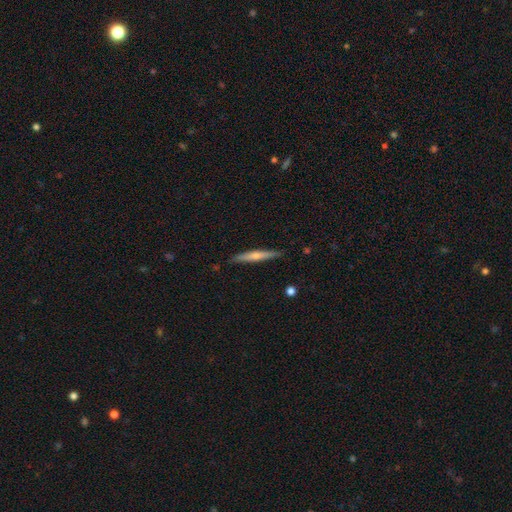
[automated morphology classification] Smooth or featured?
  - smooth: 48% *
  - featured or disk: 46%
  - star or artifact: 6%
Merging?
  - none: 88% *
  - minor disturbance: 9%
  - major disturbance: 2%
  - merger: 1%